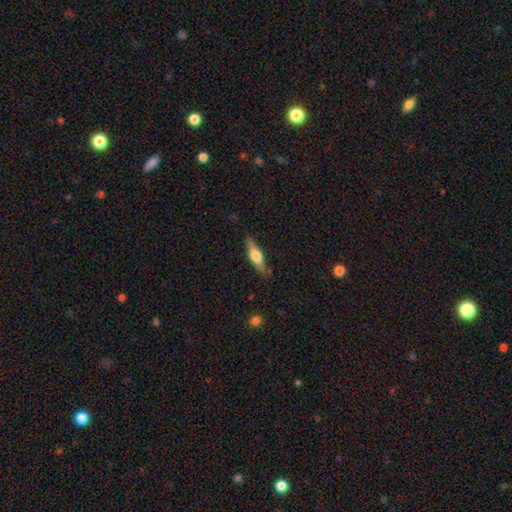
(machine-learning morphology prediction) Q: Smooth or featured?
A: featured or disk (54%); runner-up: smooth (40%)
Q: Edge-on disk?
A: yes (94%); runner-up: no (6%)
Q: Edge-on bulge?
A: rounded (90%); runner-up: boxy (7%)
Q: Merging?
A: none (84%); runner-up: minor disturbance (12%)